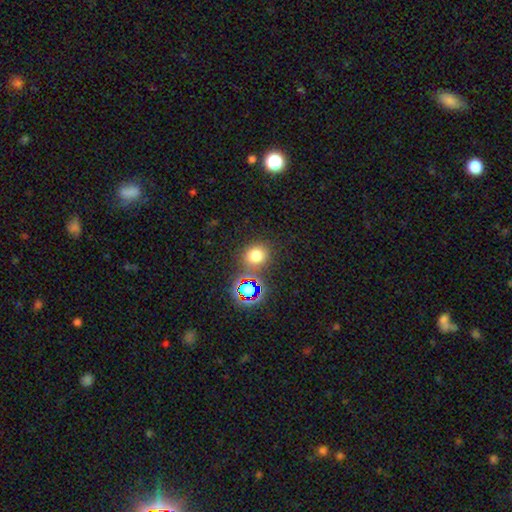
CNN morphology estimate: type=smooth (69%); roundness=round (77%); merging=none (76%).